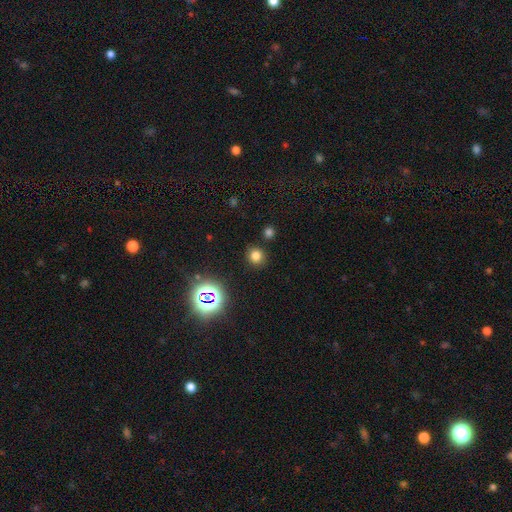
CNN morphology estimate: This appears to be a smooth galaxy with no disk features (74%) that is round (87%). Merging: none (87%).